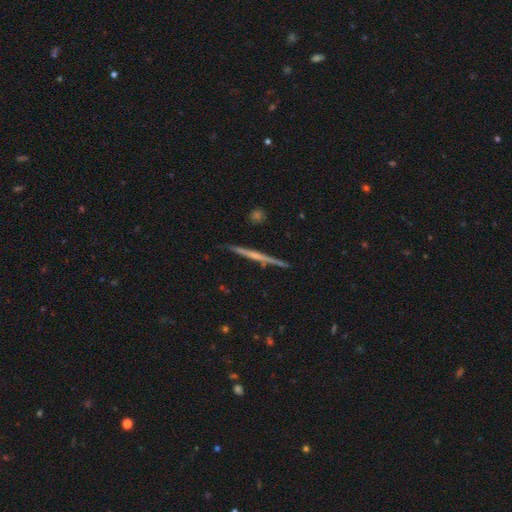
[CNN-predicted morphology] A featured or disk galaxy (72%) viewed edge-on (98%) with no central bulge (56%).

Vote fractions:
- Smooth or featured? featured or disk: 72% / smooth: 22% / star or artifact: 6%
- Edge-on disk? yes: 98% / no: 2%
- Edge-on bulge? none: 56% / rounded: 36% / boxy: 8%
- Merging? none: 90% / minor disturbance: 7% / merger: 1% / major disturbance: 1%